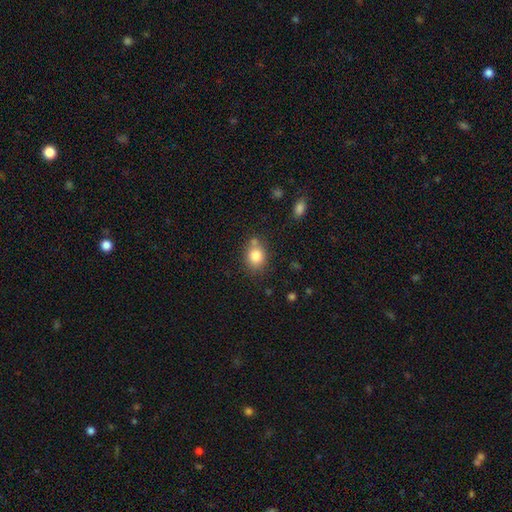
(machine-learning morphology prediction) Q: Smooth or featured?
A: smooth (82%); runner-up: star or artifact (10%)
Q: How rounded?
A: round (58%); runner-up: in between (41%)
Q: Merging?
A: none (66%); runner-up: minor disturbance (16%)